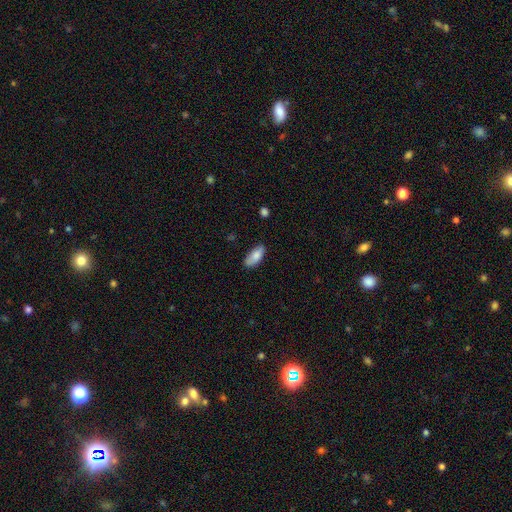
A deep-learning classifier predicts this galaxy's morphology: A smooth galaxy with no disk features (83%) that is in between round and cigar-shaped (85%).

Vote fractions:
- Smooth or featured? smooth: 83% / featured or disk: 11% / star or artifact: 6%
- How rounded? in between: 85% / cigar-shaped: 13% / round: 2%
- Merging? none: 74% / minor disturbance: 21% / major disturbance: 3% / merger: 2%